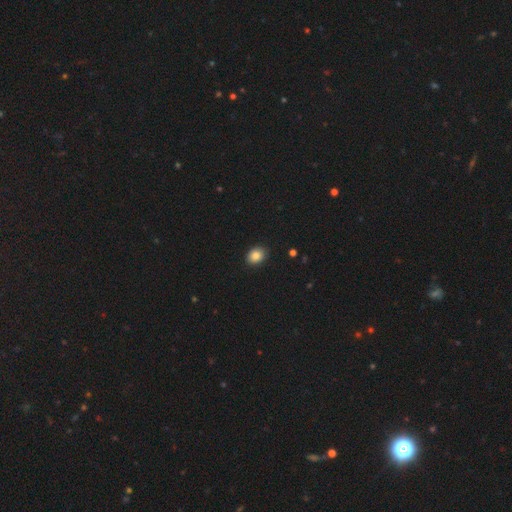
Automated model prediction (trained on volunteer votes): A smooth galaxy with no disk features (86%) that is in between round and cigar-shaped (55%). Merging: none (89%).